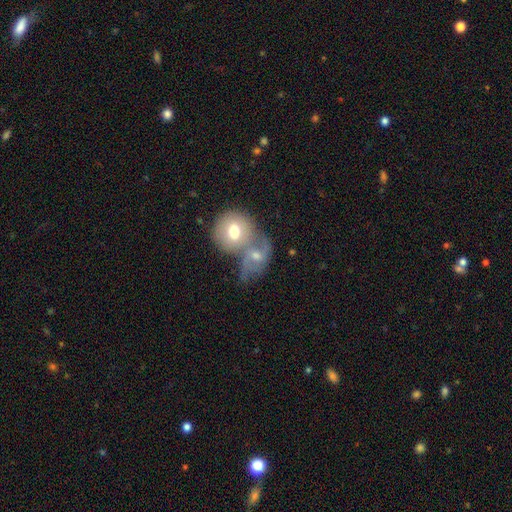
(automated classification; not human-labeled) Smooth or featured? smooth (46%)
Merging? merger (67%)